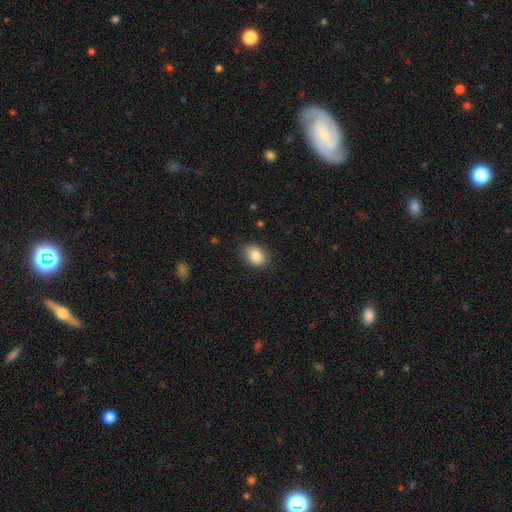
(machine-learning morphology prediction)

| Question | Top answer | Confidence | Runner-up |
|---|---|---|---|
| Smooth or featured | smooth | 85% | star or artifact (8%) |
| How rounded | in between | 75% | round (24%) |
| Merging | none | 83% | minor disturbance (13%) |